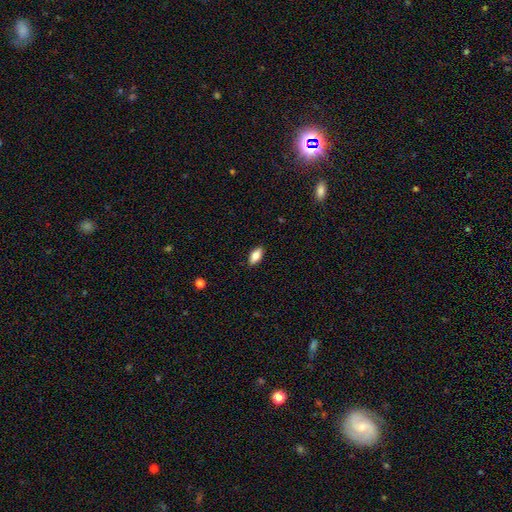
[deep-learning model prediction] Morphology: type=smooth (77%); roundness=in between (86%); merging=none (89%).